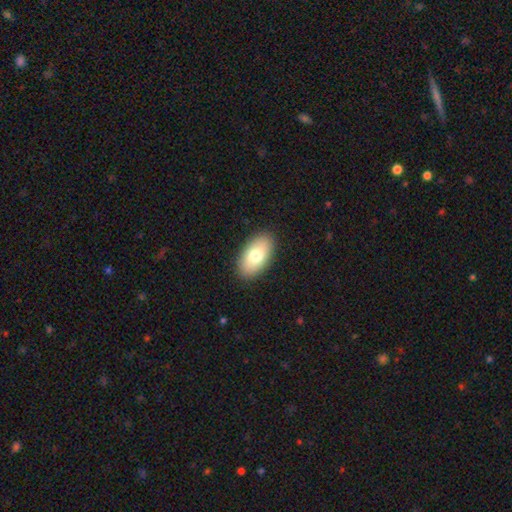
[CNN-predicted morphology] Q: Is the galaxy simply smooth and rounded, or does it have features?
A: smooth — 76%.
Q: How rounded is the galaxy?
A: in between — 94%.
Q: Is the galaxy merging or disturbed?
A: none — 89%.